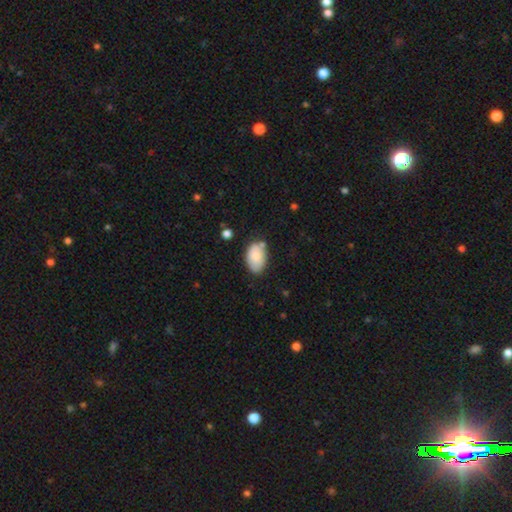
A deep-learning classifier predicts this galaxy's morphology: type=smooth (83%); roundness=in between (92%); merging=none (71%).